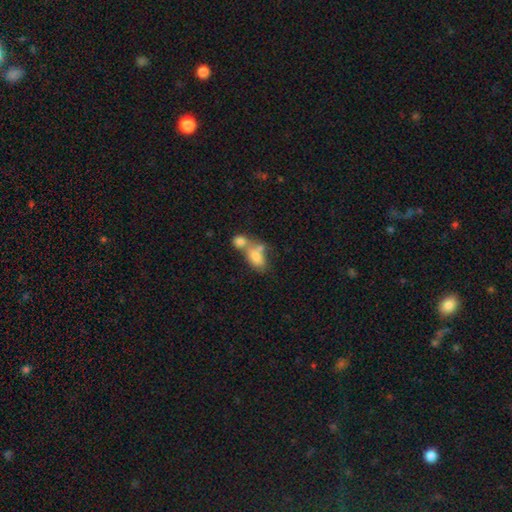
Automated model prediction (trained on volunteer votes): Smooth or featured? Predicted: smooth (p=0.74). How rounded? Predicted: in between (p=0.83). Merging? Predicted: merger (p=0.61).